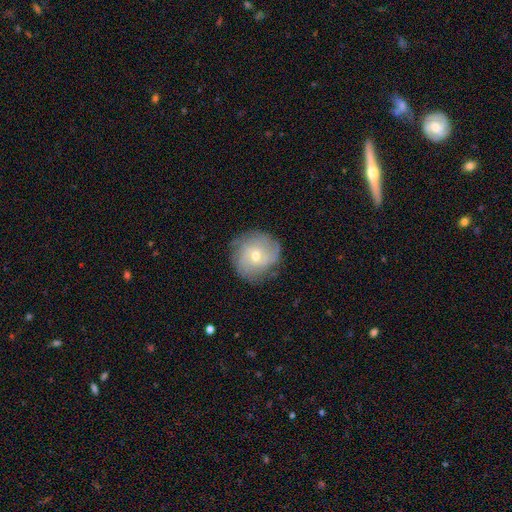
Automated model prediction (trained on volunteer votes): This appears to be a featured or disk galaxy (69%) with no bar (70%), tight (60%) spiral arms (88%) and a moderate central bulge (49%). Merging: none (81%).